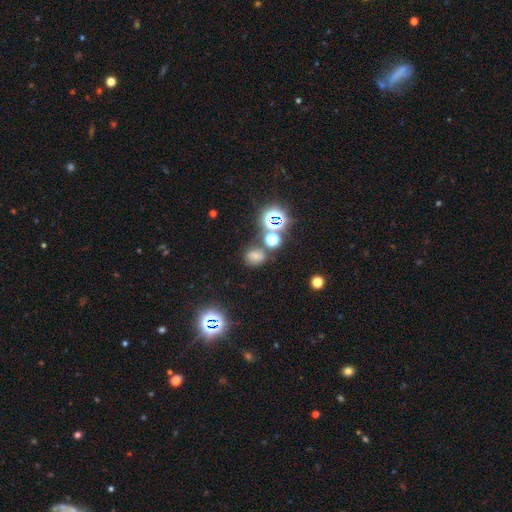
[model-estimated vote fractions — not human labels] smooth 55%, star or artifact 33%, featured or disk 12%. Down the decision tree: how rounded — round (58%); merging — none (62%).